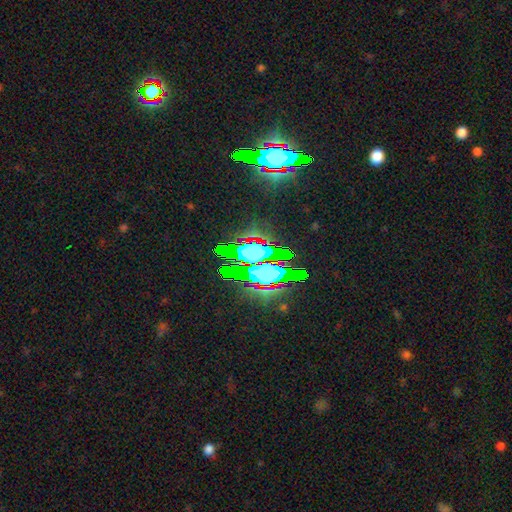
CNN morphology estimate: star or artifact 71%, smooth 15%, featured or disk 14%.